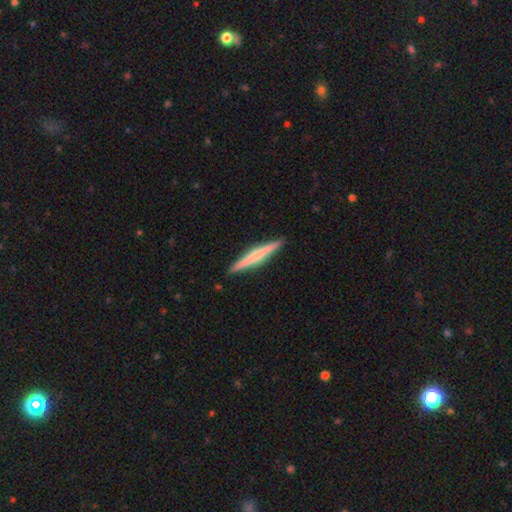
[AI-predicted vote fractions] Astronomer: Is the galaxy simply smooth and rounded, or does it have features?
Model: featured or disk — 53% (runner-up: smooth, 42%).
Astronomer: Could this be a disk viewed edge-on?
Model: yes — 98%.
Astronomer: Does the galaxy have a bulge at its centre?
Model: rounded — 47% (runner-up: none, 40%).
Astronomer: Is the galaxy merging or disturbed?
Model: none — 92%.